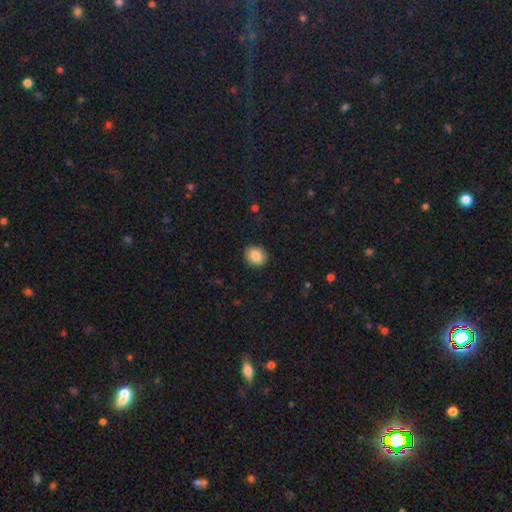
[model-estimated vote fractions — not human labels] Smooth or featured: smooth — 84% (star or artifact — 9%)
How rounded: round — 62% (in between — 37%)
Merging: none — 90% (minor disturbance — 7%)